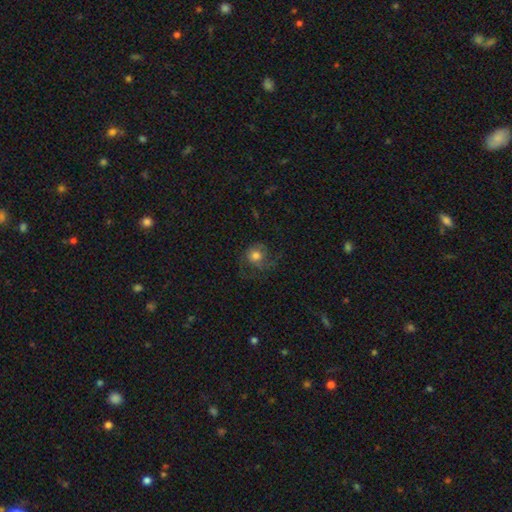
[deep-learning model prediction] Q: Smooth or featured?
A: smooth (56%); runner-up: featured or disk (35%)
Q: How rounded?
A: round (83%); runner-up: in between (16%)
Q: Merging?
A: none (50%); runner-up: major disturbance (29%)